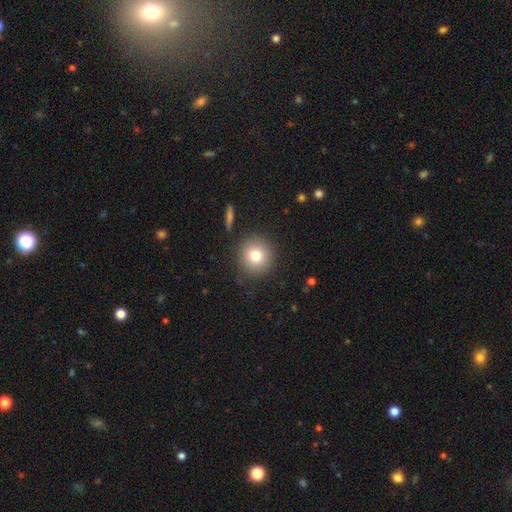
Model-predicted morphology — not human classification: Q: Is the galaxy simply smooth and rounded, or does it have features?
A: smooth — 78%.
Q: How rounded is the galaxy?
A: round — 93%.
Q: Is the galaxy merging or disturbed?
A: none — 88%.